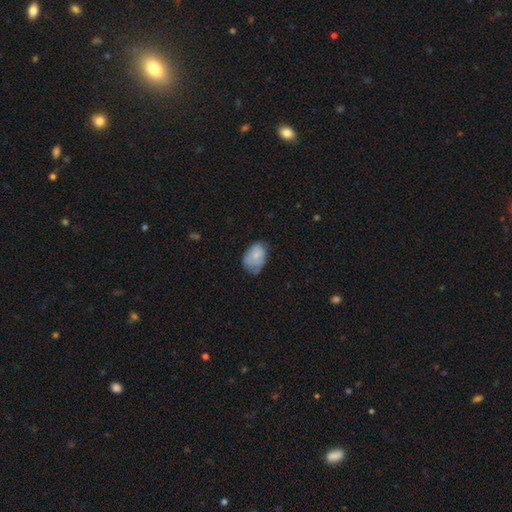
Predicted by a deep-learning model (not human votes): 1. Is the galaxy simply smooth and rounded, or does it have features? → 73% smooth, 20% featured or disk, 7% star or artifact.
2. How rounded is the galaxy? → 84% in between, 15% round, 1% cigar-shaped.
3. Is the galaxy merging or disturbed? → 45% none, 39% minor disturbance, 14% major disturbance, 2% merger.